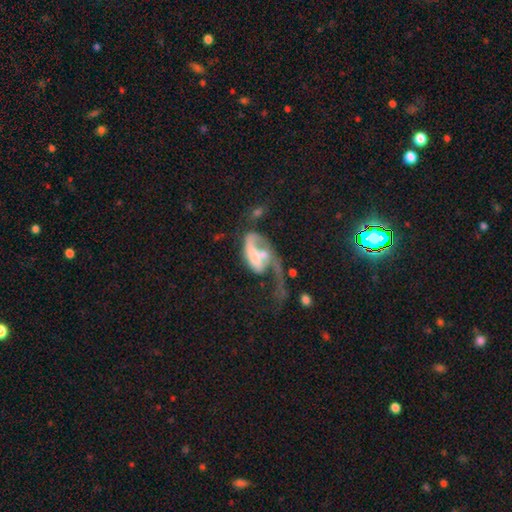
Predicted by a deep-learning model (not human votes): smooth_or_featured: featured or disk (p=0.62) [alt: smooth p=0.30]
disk_edge_on: no (p=0.96) [alt: yes p=0.04]
bar: no (p=0.56) [alt: weak p=0.25]
has_spiral_arms: yes (p=0.60) [alt: no p=0.40]
bulge_size: none (p=0.36) [alt: moderate p=0.22]
merging: major disturbance (p=0.51) [alt: merger p=0.27]